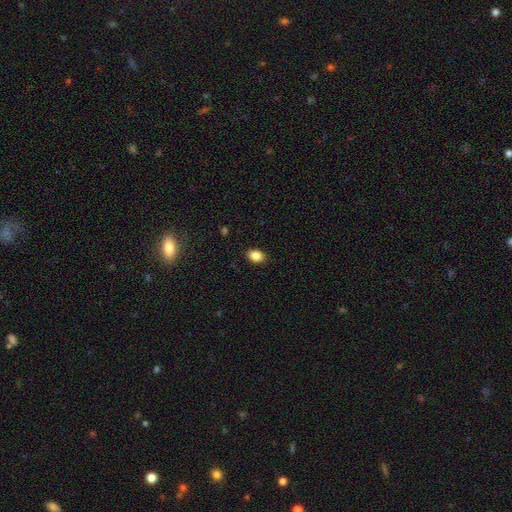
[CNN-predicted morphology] smooth-or-featured: smooth: 86% | star or artifact: 9% | featured or disk: 5%
  how-rounded: in between: 82% | round: 17% | cigar-shaped: 1%
  merging: none: 88% | minor disturbance: 9% | major disturbance: 2% | merger: 1%